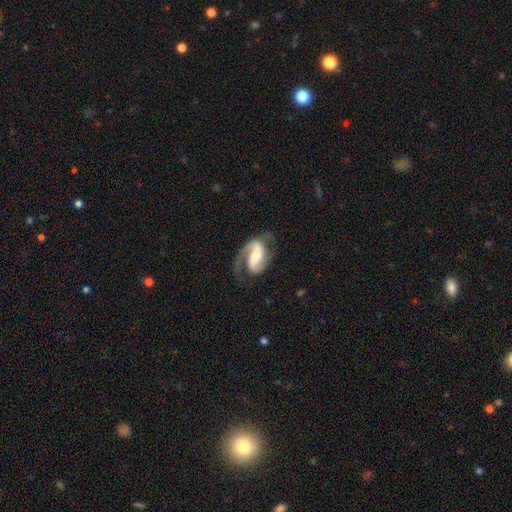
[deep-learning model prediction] Smooth or featured: featured or disk — 84% (smooth — 11%)
Edge-on disk: no — 97% (yes — 3%)
Bar: weak — 37% (strong — 32%)
Spiral arms: yes — 95% (no — 5%)
Spiral winding: medium — 49% (loose — 28%)
Spiral arm count: 2 — 72% (1 — 22%)
Bulge size: moderate — 44% (small — 31%)
Merging: none — 56% (minor disturbance — 21%)